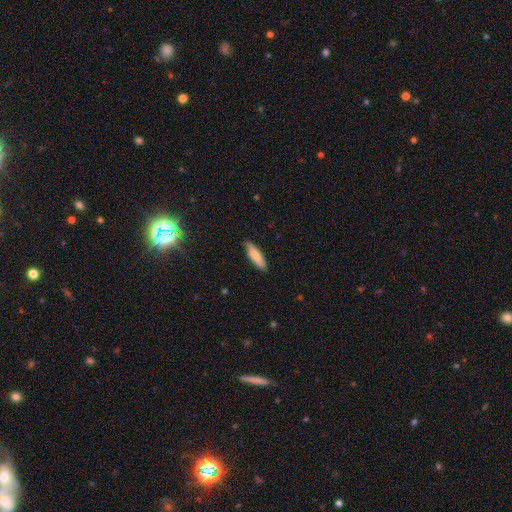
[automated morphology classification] A smooth galaxy with no disk features (81%) that is cigar-shaped (61%). Merging: none (85%).